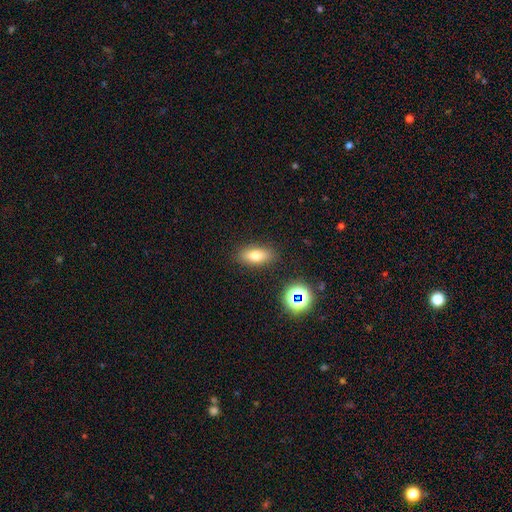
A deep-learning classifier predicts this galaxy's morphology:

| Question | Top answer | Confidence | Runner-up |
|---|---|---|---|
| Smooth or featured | smooth | 72% | featured or disk (16%) |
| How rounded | in between | 77% | cigar-shaped (16%) |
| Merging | none | 86% | minor disturbance (9%) |